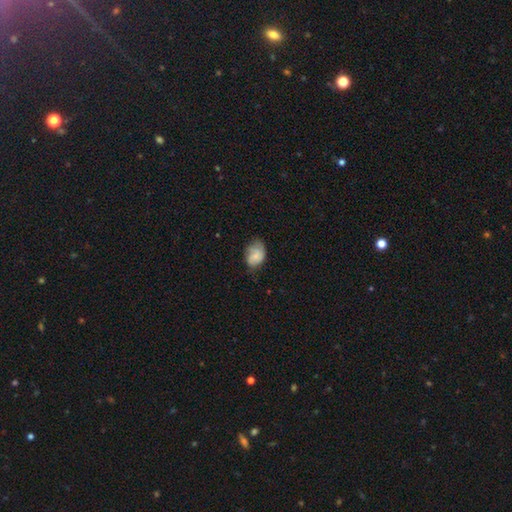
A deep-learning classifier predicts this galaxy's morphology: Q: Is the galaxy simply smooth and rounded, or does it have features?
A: smooth — 69%.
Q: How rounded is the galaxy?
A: in between — 78%.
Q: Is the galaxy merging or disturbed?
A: none — 52%.